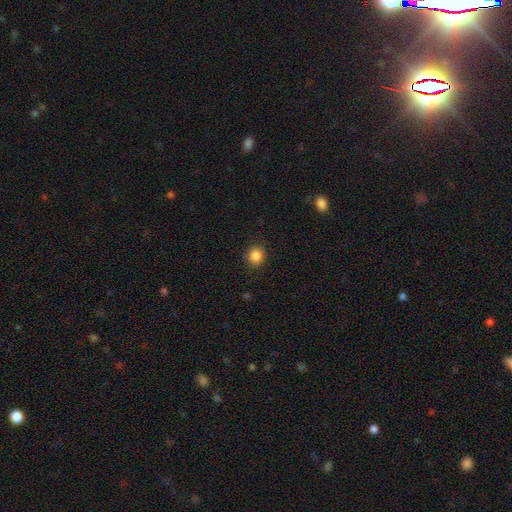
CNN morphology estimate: A smooth galaxy with no disk features (86%) that is round (85%). Merging: none (88%).